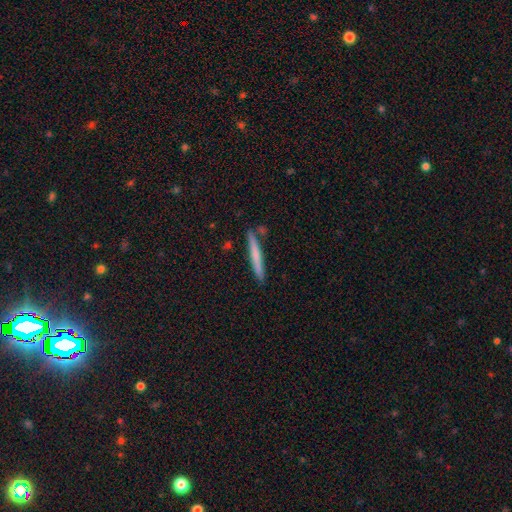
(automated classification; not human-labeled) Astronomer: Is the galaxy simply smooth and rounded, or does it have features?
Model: smooth — 62%.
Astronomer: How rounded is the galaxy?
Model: cigar-shaped — 96%.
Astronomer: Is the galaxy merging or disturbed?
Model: none — 85%.